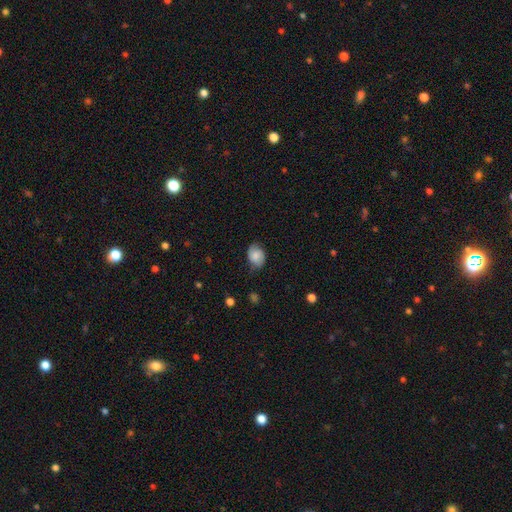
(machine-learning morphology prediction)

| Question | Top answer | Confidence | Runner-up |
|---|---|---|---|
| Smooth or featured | smooth | 74% | featured or disk (18%) |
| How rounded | in between | 66% | round (33%) |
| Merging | none | 66% | minor disturbance (26%) |